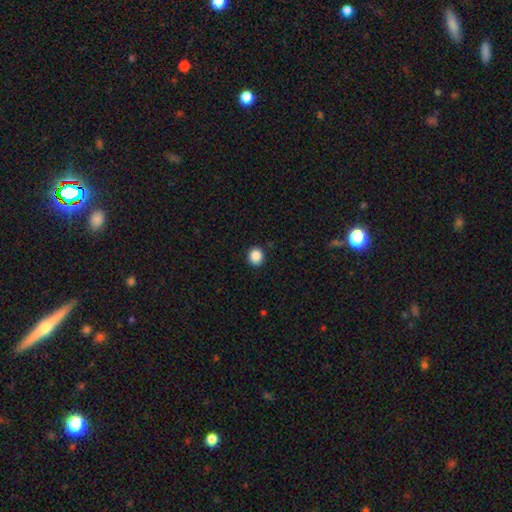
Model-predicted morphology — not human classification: Smooth or featured? Predicted: smooth (p=0.87). How rounded? Predicted: round (p=0.87). Merging? Predicted: none (p=0.91).